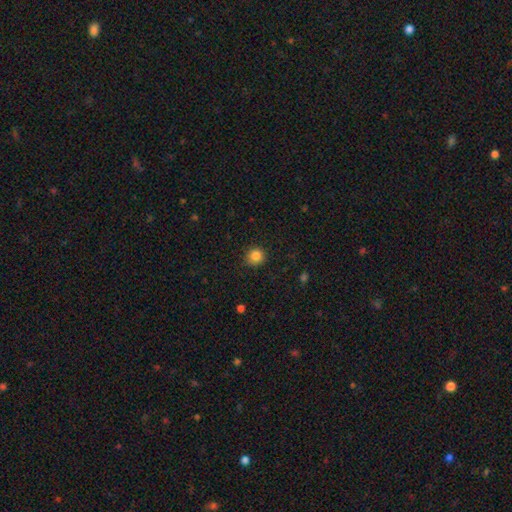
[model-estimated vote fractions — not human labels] Smooth or featured? Predicted: smooth (p=0.84). How rounded? Predicted: round (p=0.91). Merging? Predicted: none (p=0.88).